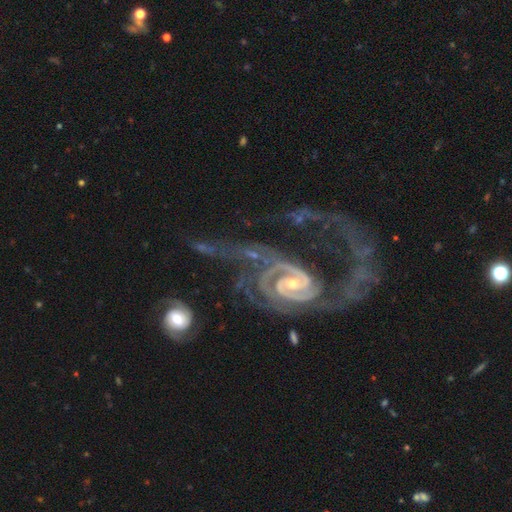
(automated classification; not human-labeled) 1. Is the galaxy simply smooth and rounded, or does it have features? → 90% featured or disk, 6% star or artifact, 4% smooth.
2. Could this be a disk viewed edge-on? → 97% no, 3% yes.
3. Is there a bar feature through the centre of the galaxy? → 47% no, 37% weak, 16% strong.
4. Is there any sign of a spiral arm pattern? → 94% yes, 6% no.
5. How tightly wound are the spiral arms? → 42% medium, 29% loose, 29% tight.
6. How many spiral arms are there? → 53% 2, 15% can't tell, 11% 1, 9% 3, 6% 4, 6% more than 4.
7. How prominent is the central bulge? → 63% small, 30% moderate, 3% none, 3% large, 1% dominant.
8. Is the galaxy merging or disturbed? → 48% major disturbance, 26% none, 14% merger, 12% minor disturbance.